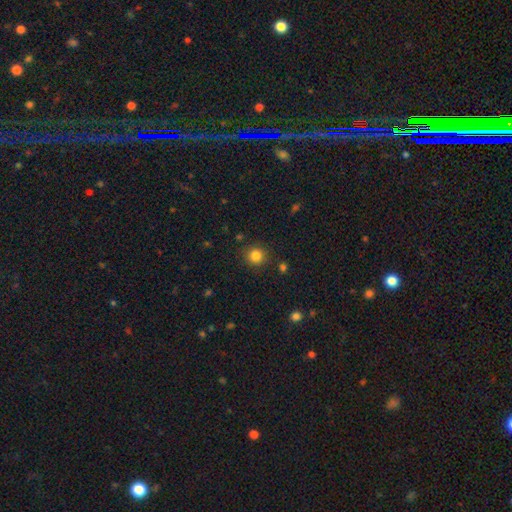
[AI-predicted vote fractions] The model was most divided on "smooth or featured": smooth: 83%, star or artifact: 12%, featured or disk: 5%. More confident: how rounded — round (92%); merging — none (88%).